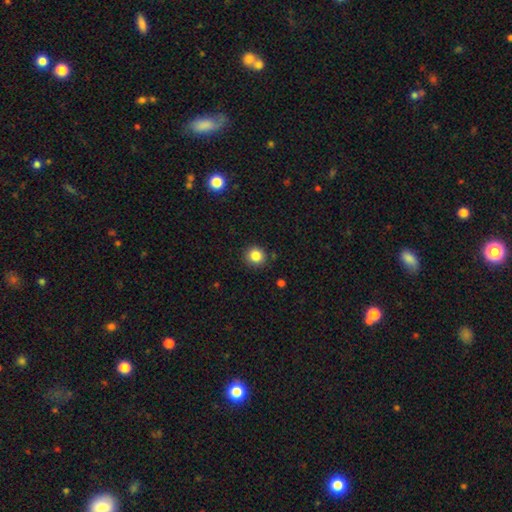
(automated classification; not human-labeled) Smooth or featured? smooth (84%)
How rounded? round (90%)
Merging? none (89%)